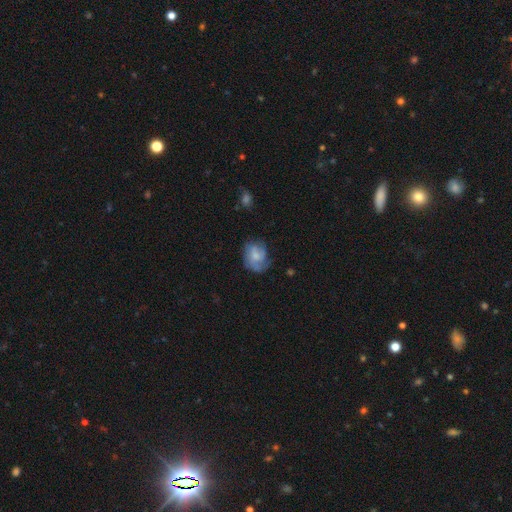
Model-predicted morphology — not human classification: This appears to be a featured or disk galaxy (50%). Merging: none (54%).